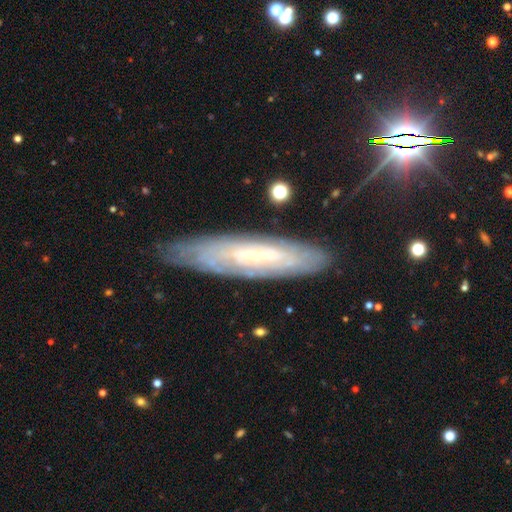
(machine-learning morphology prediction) type=featured or disk (70%); edge-on=no (64%); merging=none (79%).